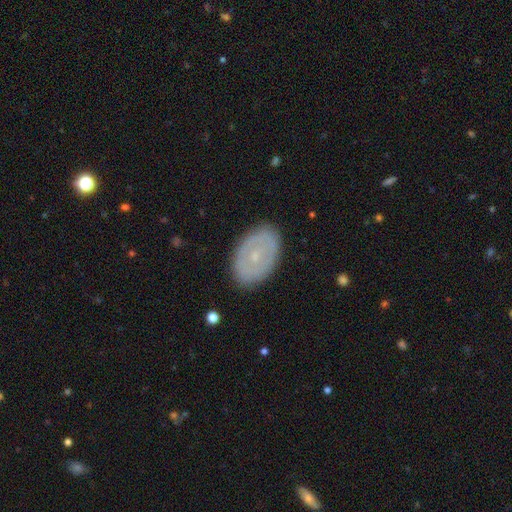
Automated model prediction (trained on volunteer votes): Overall: featured or disk (47%; smooth 45%). Merging: none (86%).